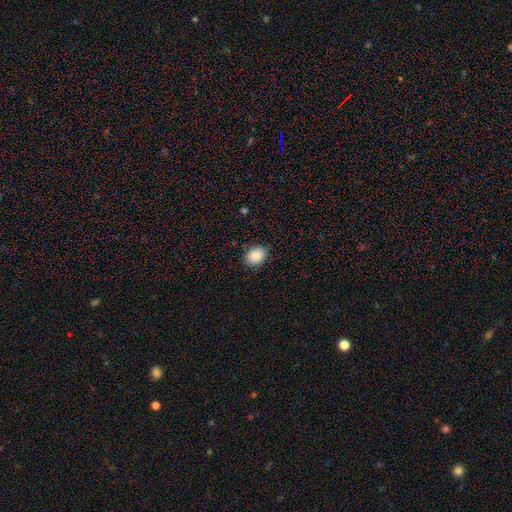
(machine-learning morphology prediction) Overall: smooth (85%). How rounded: in between (54%; round 46%). Merging: none (84%).